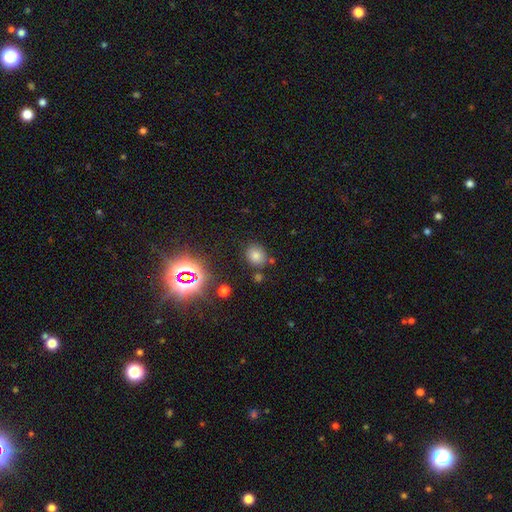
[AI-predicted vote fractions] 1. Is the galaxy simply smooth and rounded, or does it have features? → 67% smooth, 25% star or artifact, 8% featured or disk.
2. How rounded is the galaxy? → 67% round, 32% in between, 1% cigar-shaped.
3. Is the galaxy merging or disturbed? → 79% none, 11% minor disturbance, 6% merger, 4% major disturbance.